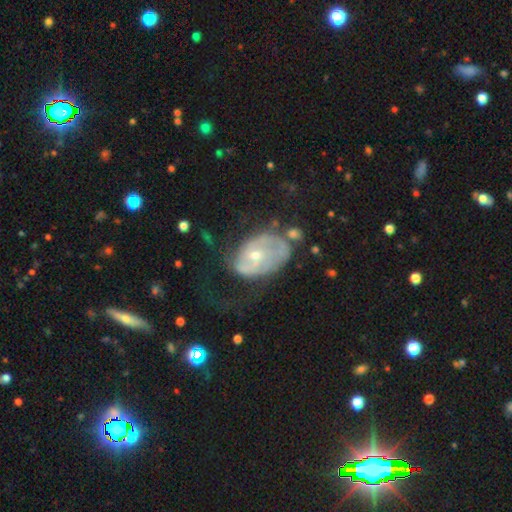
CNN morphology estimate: The model was most divided on "spiral arm count": 2: 41%, can't tell: 37%, 1: 11%, 3: 7%, 4: 2%, more than 4: 2%. Remaining: edge-on disk — no (96%); spiral arms — yes (74%); smooth or featured — featured or disk (71%); bar — no (64%); bulge size — small (61%); spiral winding — tight (44%); merging — none (36%).